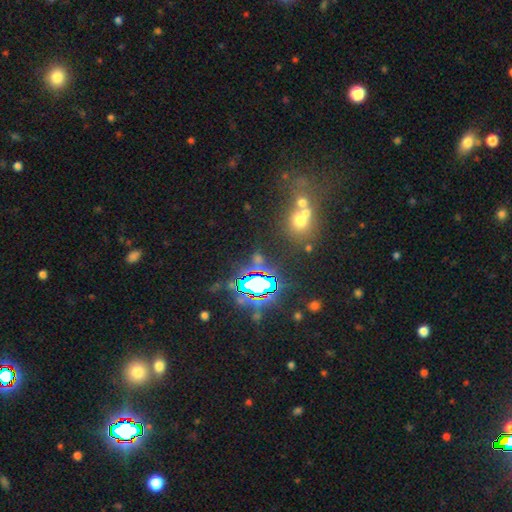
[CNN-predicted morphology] Smooth or featured? star or artifact (57%)